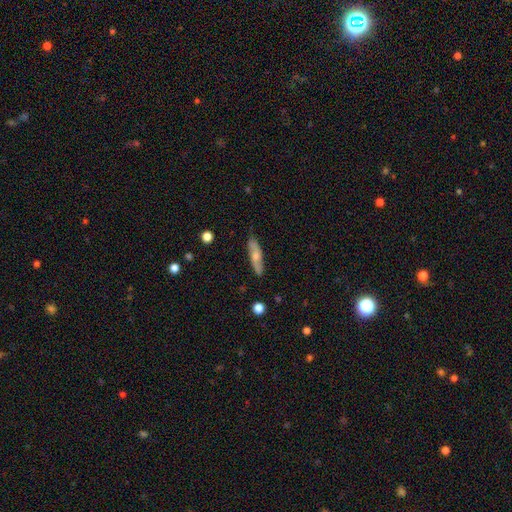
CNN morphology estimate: smooth 57%, featured or disk 37%, star or artifact 6%. Down the decision tree: how rounded — cigar-shaped (72%); merging — none (85%).